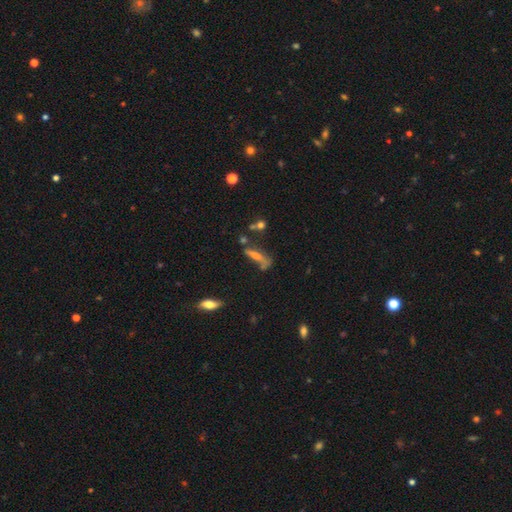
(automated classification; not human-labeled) This is possibly a featured or disk galaxy (47%). Merging: marginally none (44%).